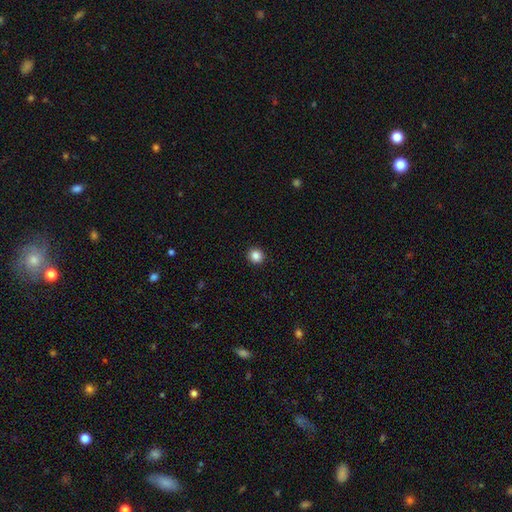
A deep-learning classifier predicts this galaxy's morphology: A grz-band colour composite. It shows a smooth galaxy with no disk features (86%) that is round (91%). Merging: none (93%).